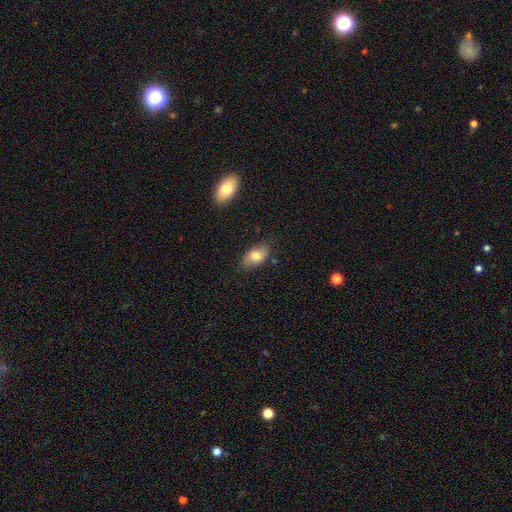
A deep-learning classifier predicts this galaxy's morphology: smooth-or-featured: smooth: 74% | featured or disk: 18% | star or artifact: 8%
  how-rounded: in between: 92% | round: 6% | cigar-shaped: 3%
  merging: none: 79% | minor disturbance: 16% | major disturbance: 3% | merger: 2%